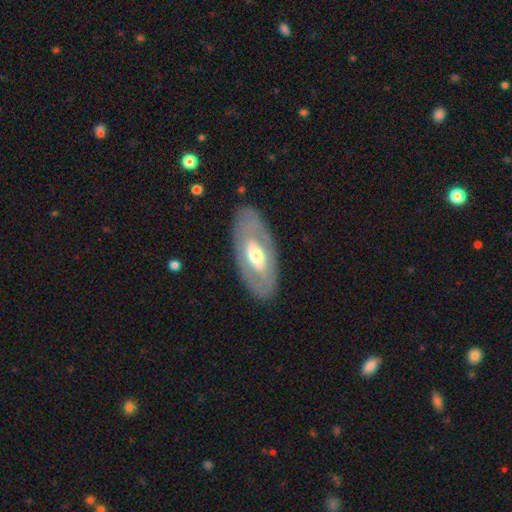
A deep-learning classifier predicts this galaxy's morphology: The model was most divided on "smooth or featured": featured or disk: 58%, smooth: 37%, star or artifact: 5%. More confident: edge-on disk — no (85%); merging — none (83%).